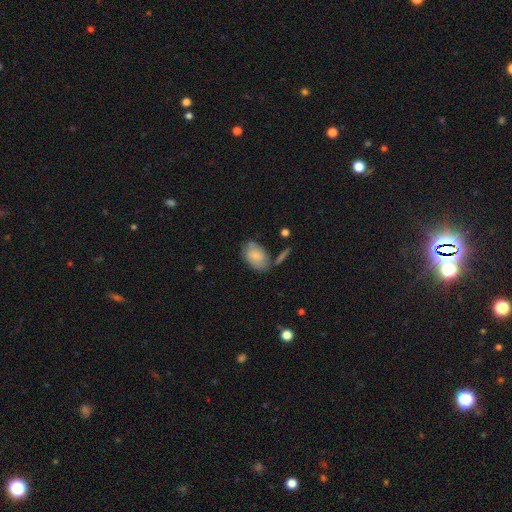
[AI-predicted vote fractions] Smooth or featured? smooth (79%)
How rounded? in between (90%)
Merging? none (57%)